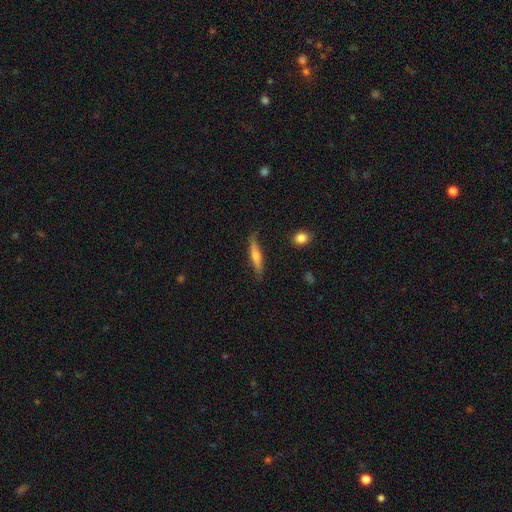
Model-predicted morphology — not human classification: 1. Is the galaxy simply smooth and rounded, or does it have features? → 52% smooth, 42% featured or disk, 6% star or artifact.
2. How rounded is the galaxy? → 87% cigar-shaped, 11% in between, 2% round.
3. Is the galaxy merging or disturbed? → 81% none, 14% minor disturbance, 3% major disturbance, 2% merger.